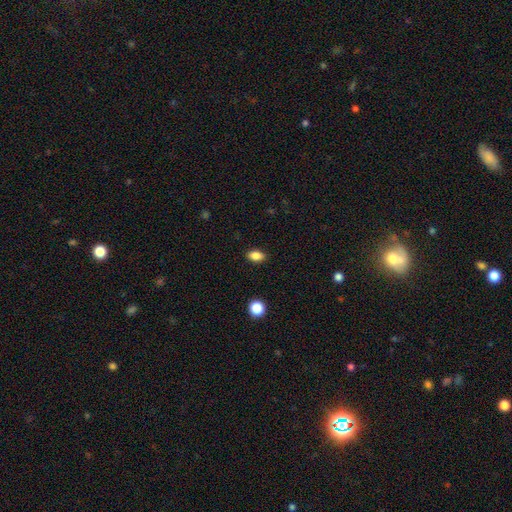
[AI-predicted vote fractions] This is clearly a smooth galaxy (86%). How rounded: clearly in between (84%). Merging: clearly none (88%).